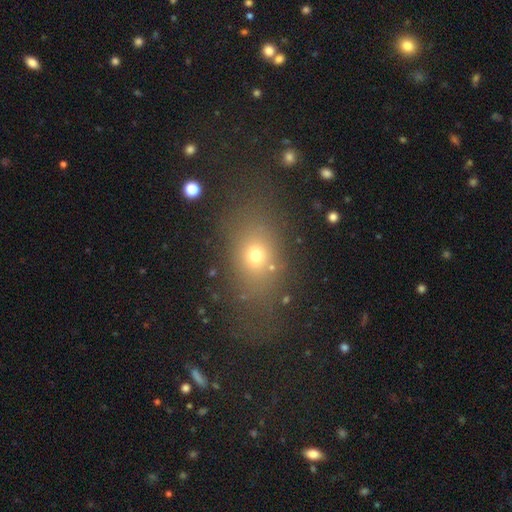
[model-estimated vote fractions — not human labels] A smooth galaxy with no disk features (66%) that is in between round and cigar-shaped (64%). Merging: none (70%).